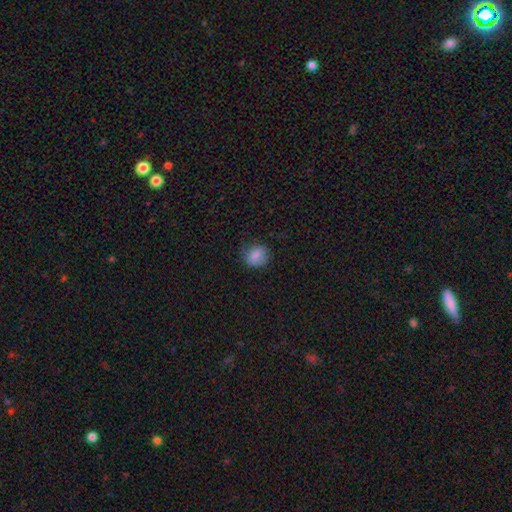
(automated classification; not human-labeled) smooth 82%, star or artifact 10%, featured or disk 8%. Down the decision tree: how rounded — round (57%); merging — none (71%).